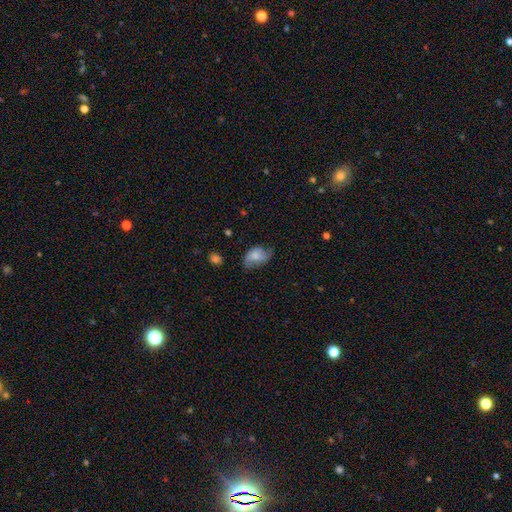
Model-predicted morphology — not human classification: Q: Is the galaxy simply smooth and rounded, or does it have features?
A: smooth — 62%.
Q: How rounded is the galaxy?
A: in between — 88%.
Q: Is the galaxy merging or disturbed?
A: none — 49%.